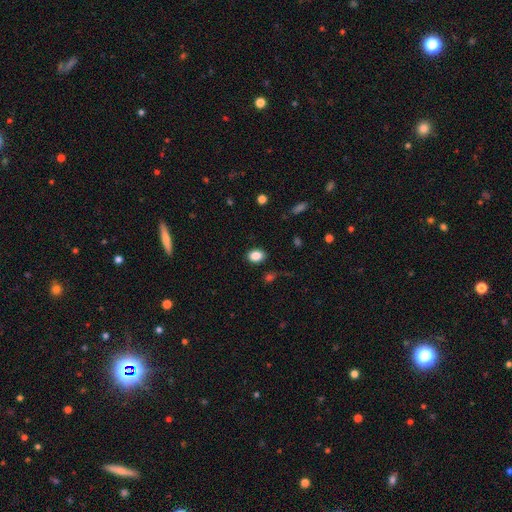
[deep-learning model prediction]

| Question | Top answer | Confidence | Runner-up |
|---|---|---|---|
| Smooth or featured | smooth | 87% | star or artifact (9%) |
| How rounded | in between | 68% | round (31%) |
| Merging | none | 87% | minor disturbance (9%) |